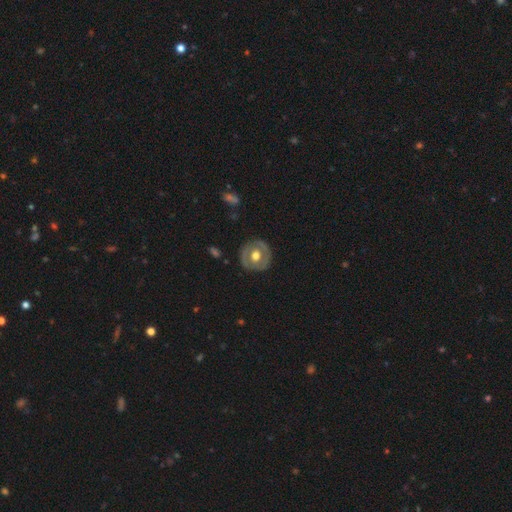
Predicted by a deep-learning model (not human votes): smooth-or-featured: featured or disk: 55% | smooth: 40% | star or artifact: 5%
  disk-edge-on: no: 95% | yes: 5%
    bar: no: 75% | weak: 19% | strong: 6%
    has-spiral-arms: no: 79% | yes: 21%
    bulge-size: moderate: 68% | large: 26% | small: 4% | dominant: 1% | none: 1%
  merging: none: 84% | minor disturbance: 11% | major disturbance: 4% | merger: 1%